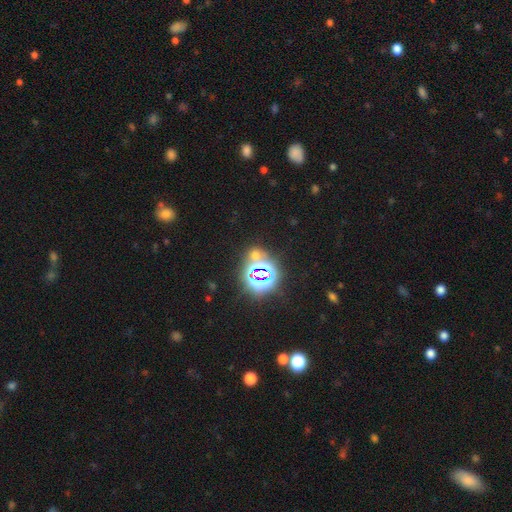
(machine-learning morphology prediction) Q: Smooth or featured?
A: star or artifact (67%); runner-up: smooth (25%)